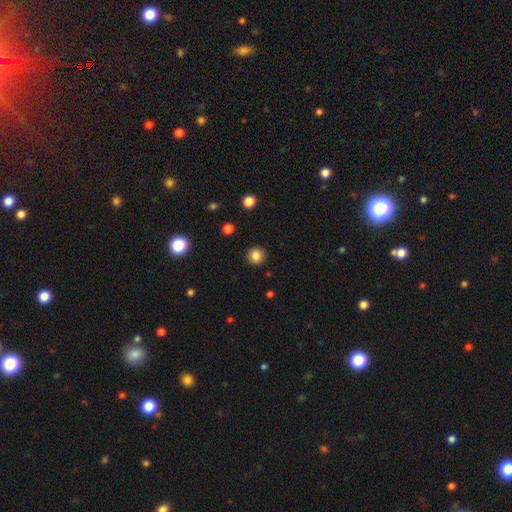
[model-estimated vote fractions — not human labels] This appears to be a smooth galaxy with no disk features (85%) that is round (93%). Merging: none (91%).